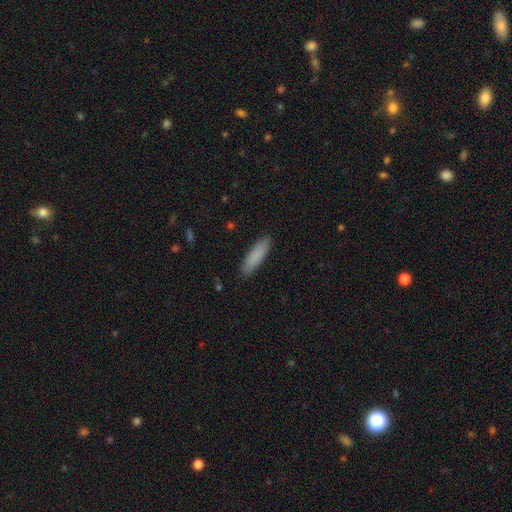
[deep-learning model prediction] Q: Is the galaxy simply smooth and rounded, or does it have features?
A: smooth — 86%.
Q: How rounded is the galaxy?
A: cigar-shaped — 71%.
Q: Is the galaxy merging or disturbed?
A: none — 90%.